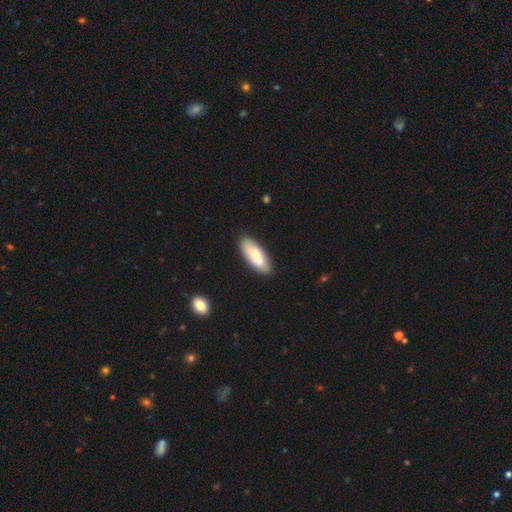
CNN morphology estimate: smooth-or-featured: smooth: 64% | featured or disk: 31% | star or artifact: 6%
  how-rounded: in between: 80% | cigar-shaped: 18% | round: 2%
  merging: none: 83% | minor disturbance: 12% | merger: 3% | major disturbance: 3%